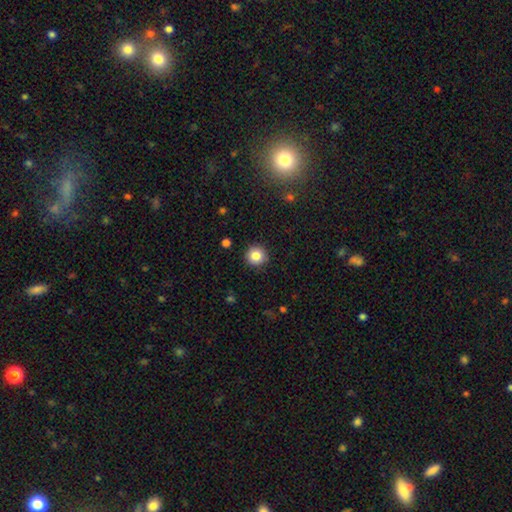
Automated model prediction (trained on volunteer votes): Morphology: type=smooth (84%); roundness=round (95%); merging=none (92%).